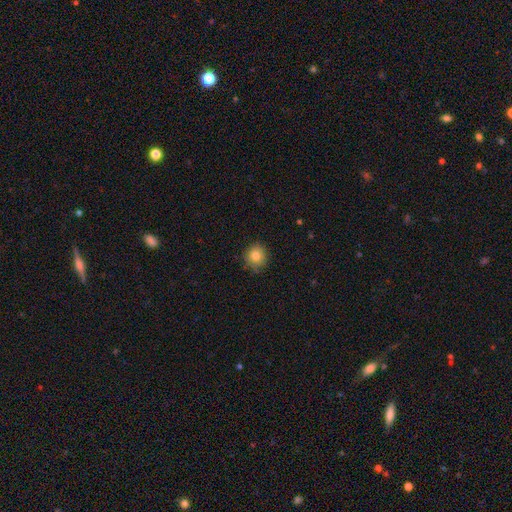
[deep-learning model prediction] Morphology: type=smooth (81%); roundness=round (89%); merging=none (83%).